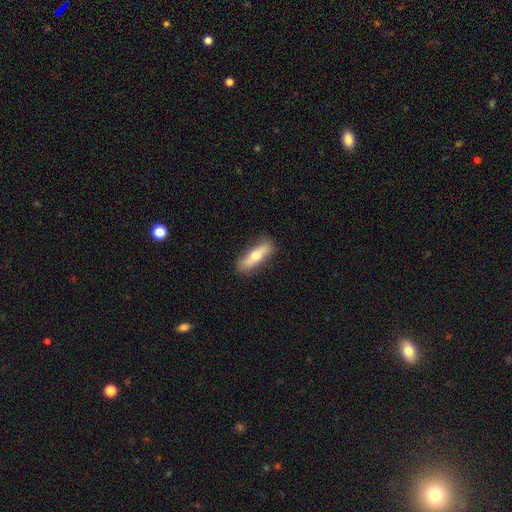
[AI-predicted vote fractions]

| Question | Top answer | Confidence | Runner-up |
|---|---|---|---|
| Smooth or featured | smooth | 61% | featured or disk (34%) |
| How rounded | cigar-shaped | 62% | in between (36%) |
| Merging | none | 86% | minor disturbance (11%) |